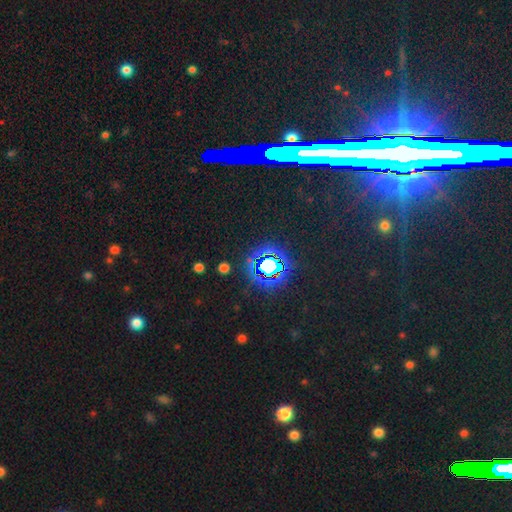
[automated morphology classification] Overall: star or artifact (78%).